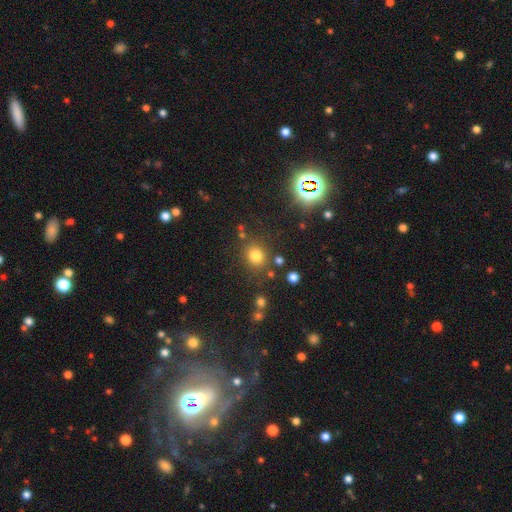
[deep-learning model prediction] Smooth or featured?
  - smooth: 76% *
  - star or artifact: 17%
  - featured or disk: 7%
How rounded?
  - round: 80% *
  - in between: 19%
  - cigar-shaped: 1%
Merging?
  - none: 78% *
  - minor disturbance: 10%
  - merger: 7%
  - major disturbance: 5%